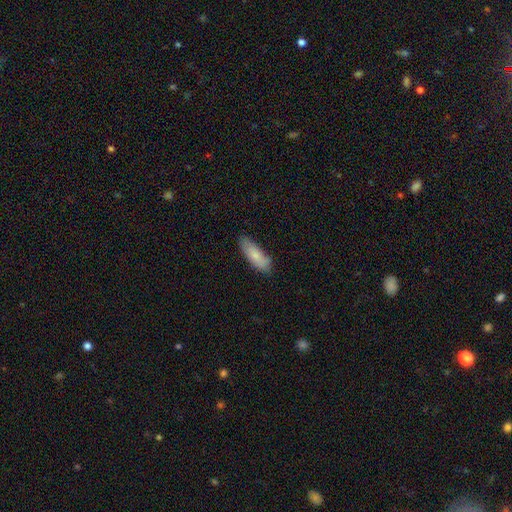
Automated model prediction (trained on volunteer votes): Smooth or featured?
  - smooth: 79% *
  - featured or disk: 15%
  - star or artifact: 6%
How rounded?
  - in between: 64% *
  - cigar-shaped: 34%
  - round: 2%
Merging?
  - none: 71% *
  - minor disturbance: 23%
  - major disturbance: 4%
  - merger: 2%